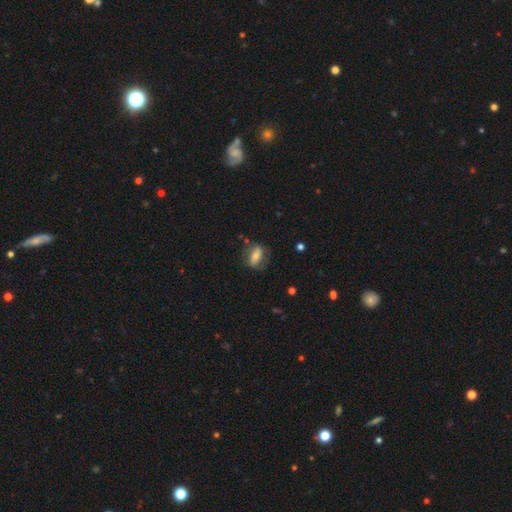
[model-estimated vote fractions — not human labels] The model was most divided on "smooth or featured": smooth: 56%, featured or disk: 36%, star or artifact: 8%. More confident: how rounded — in between (76%); merging — none (66%).